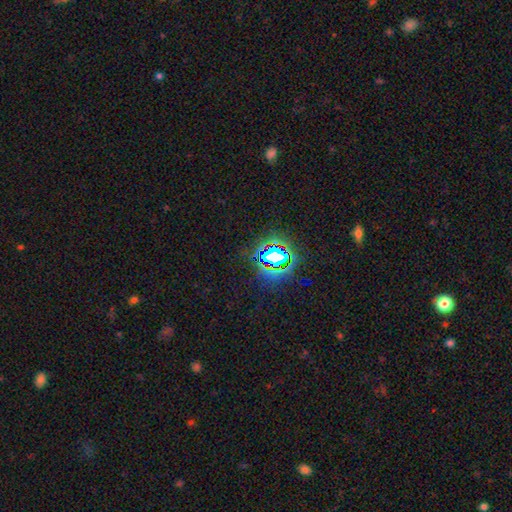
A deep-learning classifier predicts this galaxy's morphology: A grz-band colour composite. It shows a star or artifact, not a galaxy (80%).